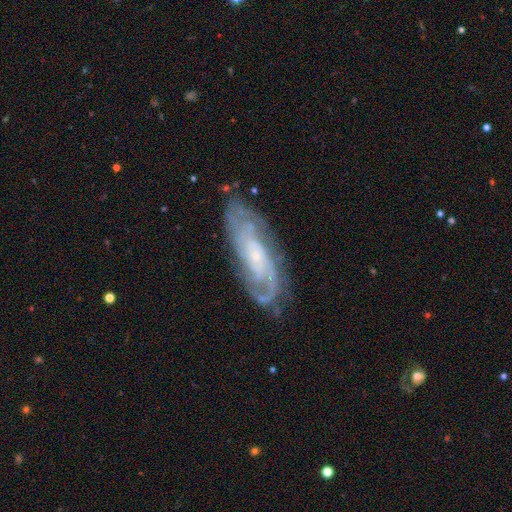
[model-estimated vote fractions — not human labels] A featured or disk galaxy (86%) with no bar (64%), 2 (36%) tight (59%) spiral arms (96%) and a small central bulge (74%).

Vote fractions:
- Smooth or featured? featured or disk: 86% / smooth: 9% / star or artifact: 6%
- Edge-on disk? no: 90% / yes: 10%
- Bar? no: 64% / weak: 29% / strong: 8%
- Spiral arms? yes: 96% / no: 4%
- Spiral winding? tight: 59% / medium: 33% / loose: 8%
- Spiral arm count? 2: 36% / can't tell: 30% / 3: 15% / 4: 8% / 1: 5% / more than 4: 5%
- Bulge size? small: 74% / moderate: 16% / none: 6% / large: 2% / dominant: 1%
- Merging? none: 76% / minor disturbance: 17% / major disturbance: 6% / merger: 2%